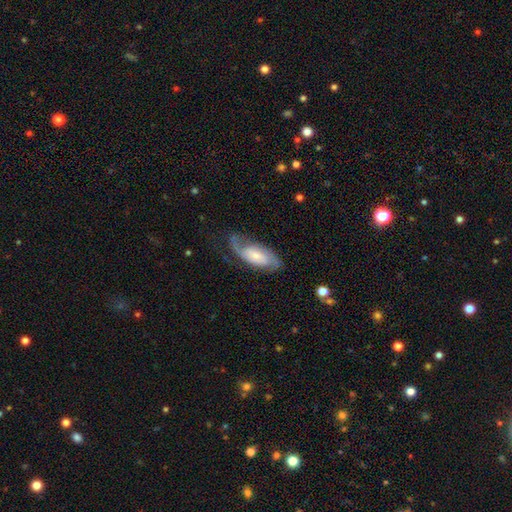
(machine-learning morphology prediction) Smooth or featured: featured or disk — 70% (smooth — 24%)
Edge-on disk: no — 93% (yes — 7%)
Bar: no — 55% (weak — 34%)
Spiral arms: yes — 93% (no — 7%)
Spiral winding: medium — 43% (loose — 33%)
Spiral arm count: 2 — 76% (1 — 12%)
Bulge size: small — 41% (moderate — 29%)
Merging: none — 61% (minor disturbance — 22%)